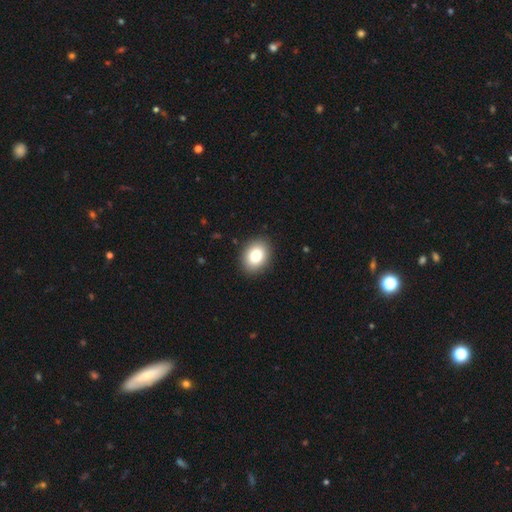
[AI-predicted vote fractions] A smooth galaxy with no disk features (82%) that is in between round and cigar-shaped (62%).

Vote fractions:
- Smooth or featured? smooth: 82% / featured or disk: 9% / star or artifact: 9%
- How rounded? in between: 62% / round: 38% / cigar-shaped: 1%
- Merging? none: 90% / minor disturbance: 7% / major disturbance: 2% / merger: 1%